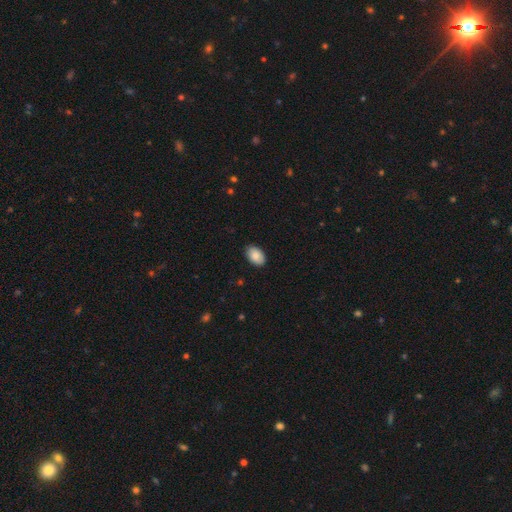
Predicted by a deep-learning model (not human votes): Q: Smooth or featured?
A: smooth (87%); runner-up: star or artifact (6%)
Q: How rounded?
A: in between (90%); runner-up: round (9%)
Q: Merging?
A: none (89%); runner-up: minor disturbance (9%)